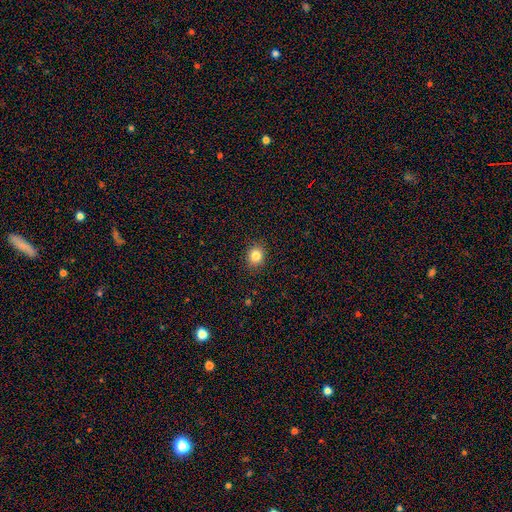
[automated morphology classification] This appears to be a smooth galaxy with no disk features (83%) that is round (70%). Merging: none (90%).